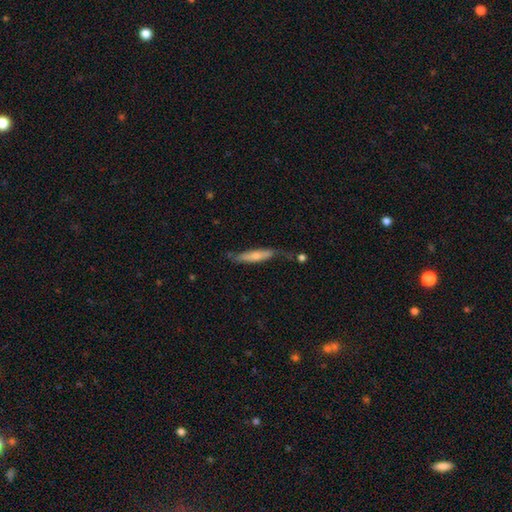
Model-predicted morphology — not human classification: Smooth or featured: smooth — 59% (featured or disk — 35%)
How rounded: cigar-shaped — 83% (in between — 16%)
Merging: none — 56% (minor disturbance — 28%)